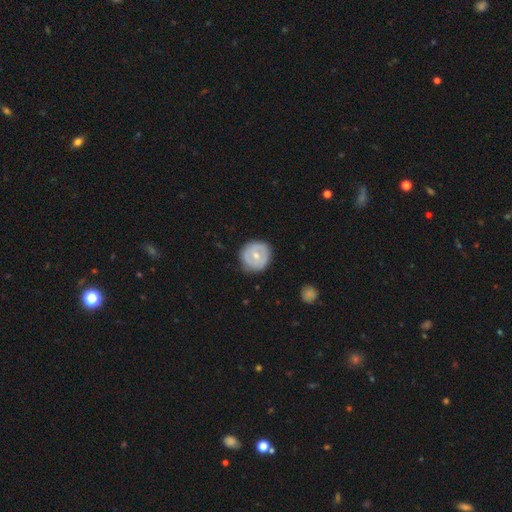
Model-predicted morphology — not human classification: This appears to be a smooth galaxy with no disk features (47%, tied with featured or disk). Merging: none (82%).